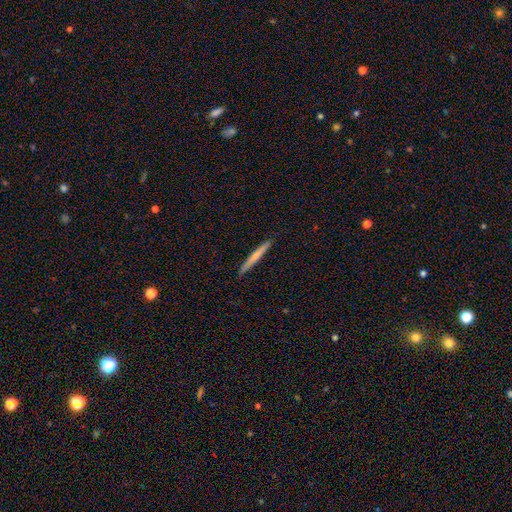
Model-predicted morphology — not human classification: Q: Smooth or featured?
A: smooth (51%); runner-up: featured or disk (43%)
Q: How rounded?
A: cigar-shaped (96%); runner-up: in between (2%)
Q: Merging?
A: none (90%); runner-up: minor disturbance (8%)